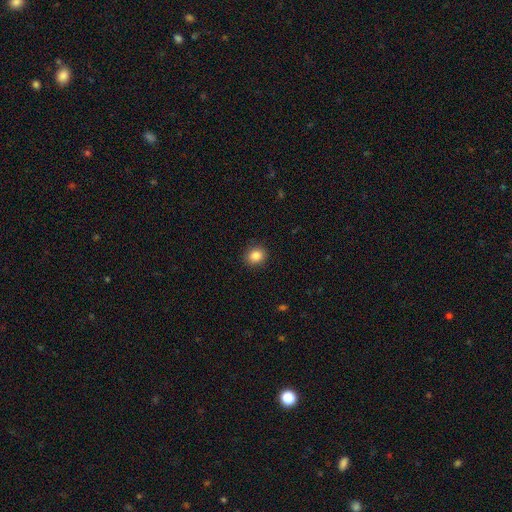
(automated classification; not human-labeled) This appears to be a smooth galaxy with no disk features (86%) that is round (74%). Merging: none (90%).